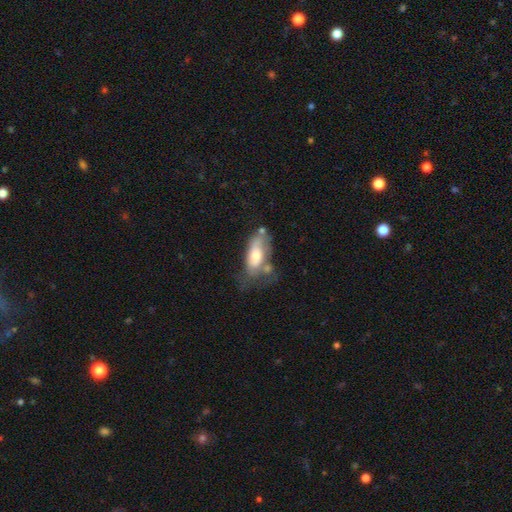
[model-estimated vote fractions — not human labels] smooth-or-featured: smooth: 60% | featured or disk: 33% | star or artifact: 7%
  how-rounded: in between: 84% | cigar-shaped: 13% | round: 3%
  merging: none: 33% | minor disturbance: 27% | major disturbance: 21% | merger: 18%